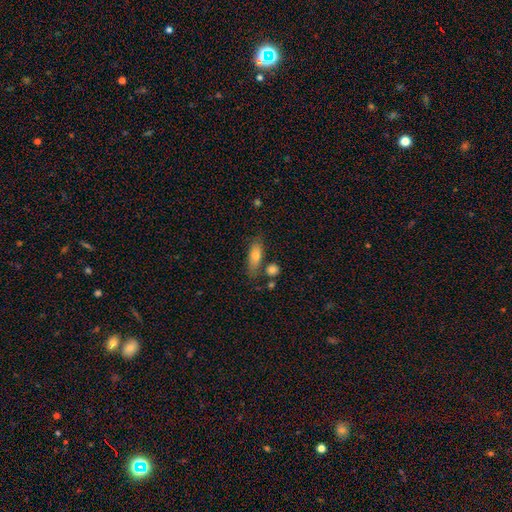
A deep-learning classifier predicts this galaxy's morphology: type=smooth (71%); roundness=in between (64%); merging=none (69%).